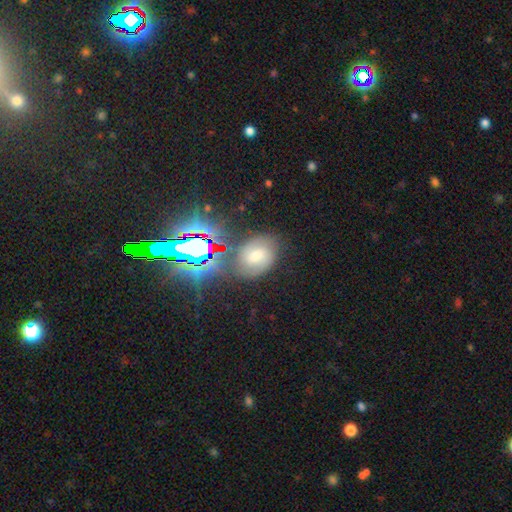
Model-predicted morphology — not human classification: The model was most divided on "smooth or featured": featured or disk: 40%, smooth: 35%, star or artifact: 25%. More confident: merging — none (69%).